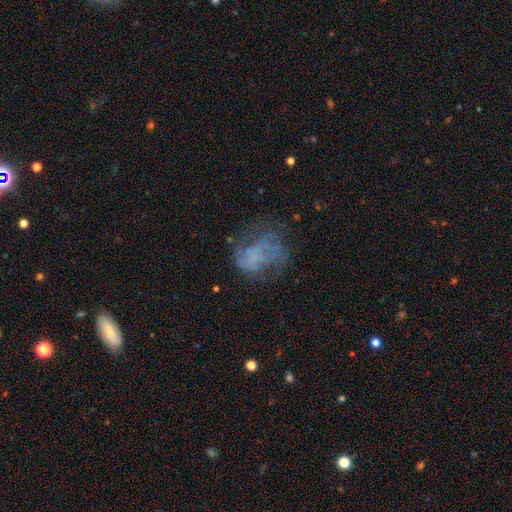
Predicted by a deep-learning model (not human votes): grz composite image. It shows a featured or disk galaxy (56%) with no bar (84%), no spiral arms (52%) and no central bulge (78%). Merging: none (45%).